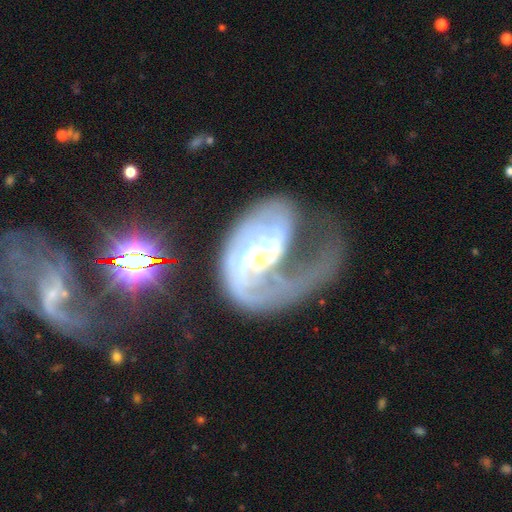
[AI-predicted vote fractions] featured or disk 82%, smooth 9%, star or artifact 9%. Down the decision tree: edge-on disk — no (97%); bar — no (50%); spiral arms — yes (87%); spiral arm count — 1 (51%); spiral winding — medium (37%); bulge size — small (56%); merging — major disturbance (57%).